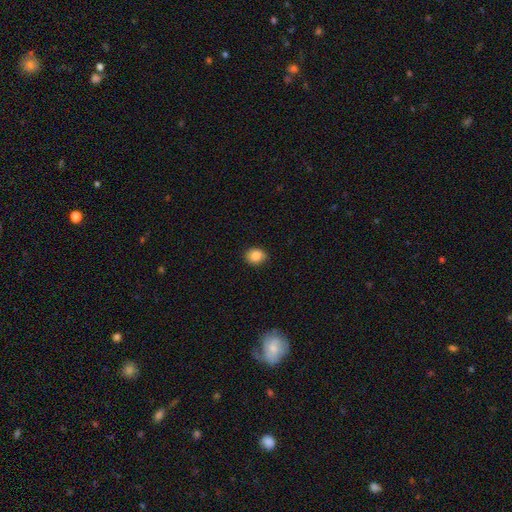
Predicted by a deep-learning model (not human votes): This is clearly a smooth galaxy (87%). How rounded: likely round (63%). Merging: clearly none (82%).